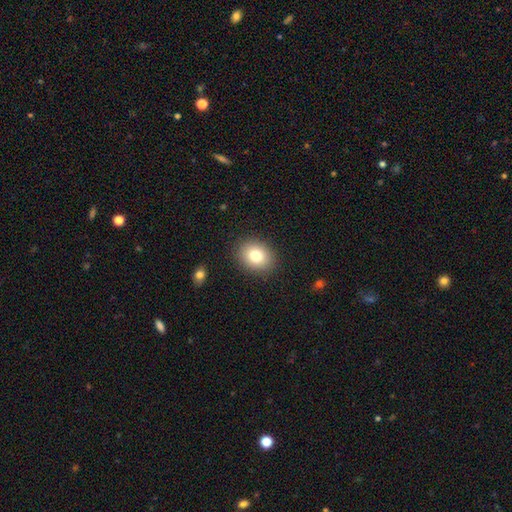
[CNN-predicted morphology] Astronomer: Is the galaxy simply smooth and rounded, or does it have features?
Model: smooth — 79%.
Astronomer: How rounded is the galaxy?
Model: round — 54% (runner-up: in between, 46%).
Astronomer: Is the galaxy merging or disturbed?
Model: none — 88%.